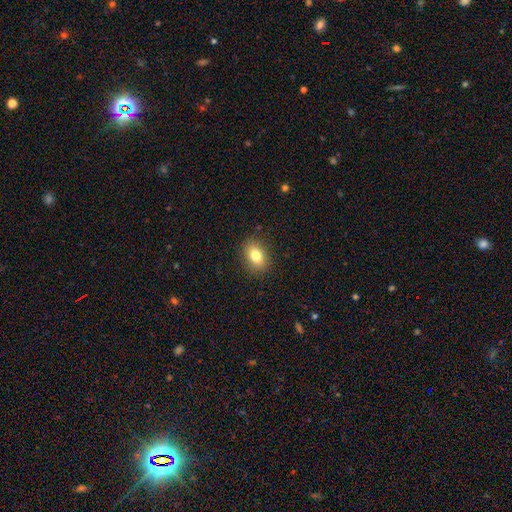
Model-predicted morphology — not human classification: smooth 81%, featured or disk 10%, star or artifact 10%. Down the decision tree: how rounded — in between (76%); merging — none (88%).